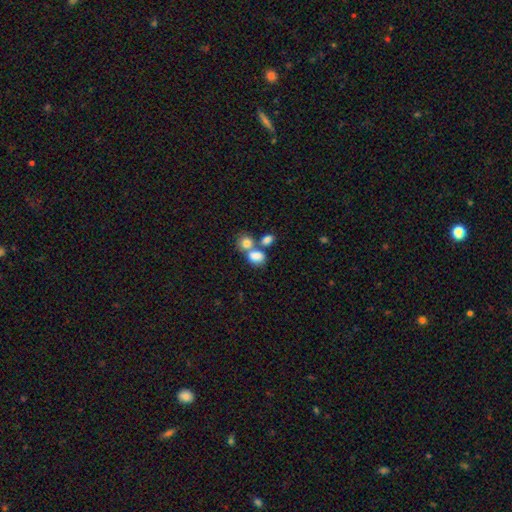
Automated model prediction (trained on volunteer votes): Smooth or featured? smooth (78%)
How rounded? in between (56%)
Merging? merger (54%)